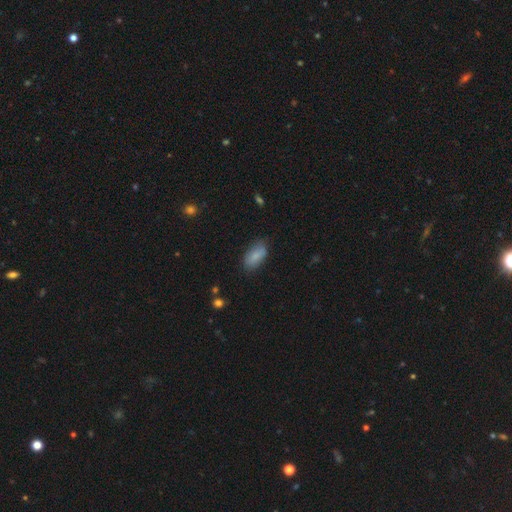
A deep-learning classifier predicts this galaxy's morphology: smooth_or_featured: smooth (p=0.83) [alt: featured or disk p=0.10]
how_rounded: in between (p=0.91) [alt: cigar-shaped p=0.06]
merging: none (p=0.73) [alt: minor disturbance p=0.21]